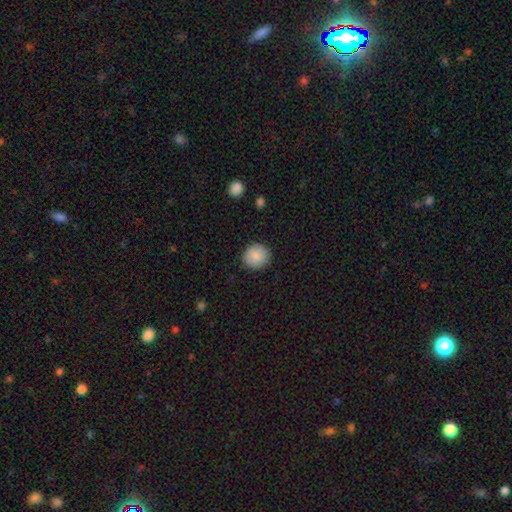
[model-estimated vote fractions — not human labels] Q: Smooth or featured?
A: smooth (87%); runner-up: star or artifact (7%)
Q: How rounded?
A: round (85%); runner-up: in between (14%)
Q: Merging?
A: none (89%); runner-up: minor disturbance (8%)